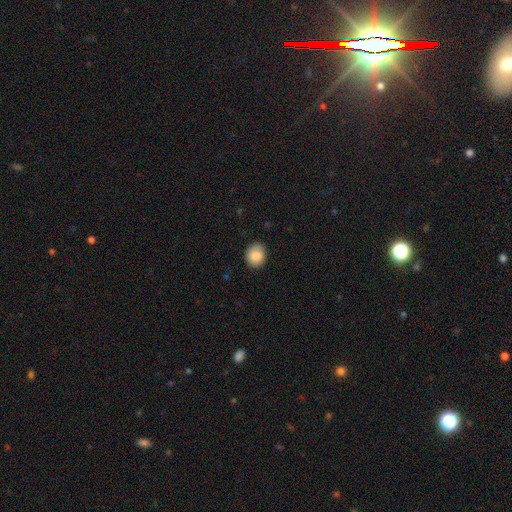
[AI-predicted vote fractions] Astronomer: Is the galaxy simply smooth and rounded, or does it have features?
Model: smooth — 84%.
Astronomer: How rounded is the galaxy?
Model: round — 61% (runner-up: in between, 38%).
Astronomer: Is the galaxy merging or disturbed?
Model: none — 80%.